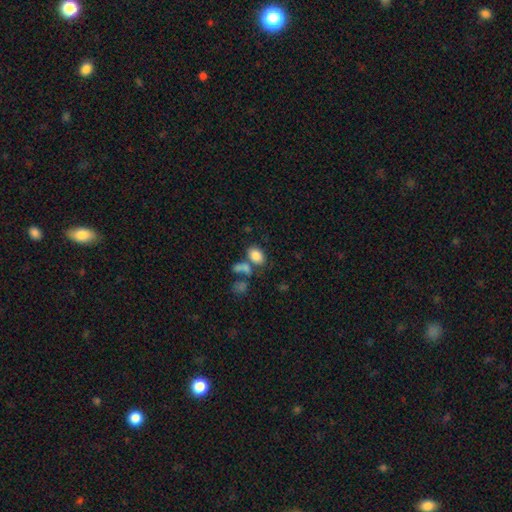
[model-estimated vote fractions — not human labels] smooth 82%, star or artifact 10%, featured or disk 8%. Down the decision tree: how rounded — in between (83%); merging — none (55%).